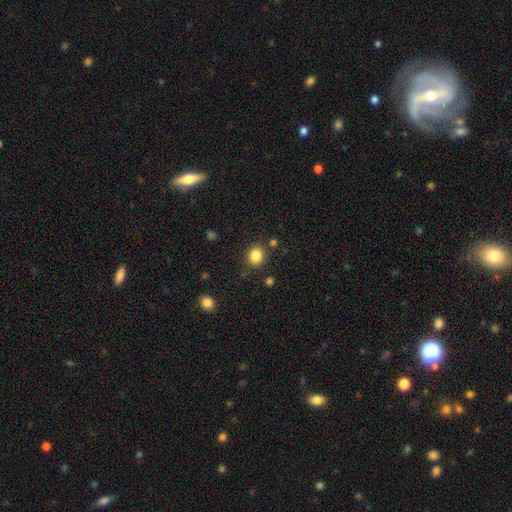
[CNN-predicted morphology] Smooth or featured?
  - smooth: 85% *
  - star or artifact: 10%
  - featured or disk: 5%
How rounded?
  - round: 73% *
  - in between: 27%
  - cigar-shaped: 1%
Merging?
  - none: 85% *
  - minor disturbance: 9%
  - merger: 3%
  - major disturbance: 3%